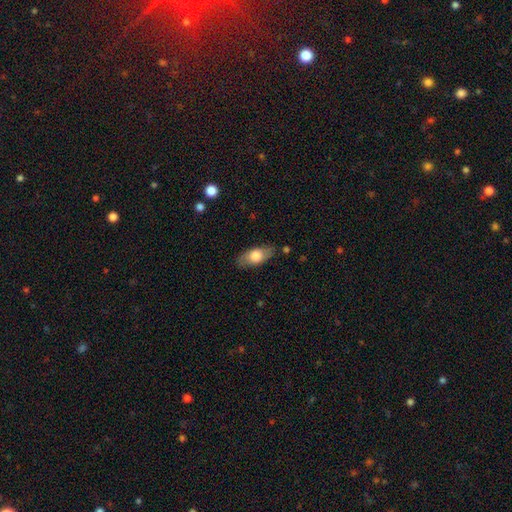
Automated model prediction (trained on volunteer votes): Smooth or featured: smooth — 71% (featured or disk — 23%)
How rounded: in between — 86% (cigar-shaped — 9%)
Merging: none — 80% (minor disturbance — 15%)